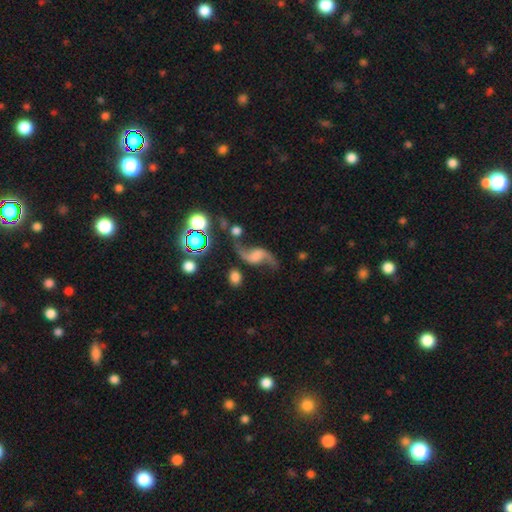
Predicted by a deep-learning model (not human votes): Overall: featured or disk (83%). Edge-on disk: no (97%). Bar: no (52%; weak 35%). Spiral arms: yes (96%). Spiral arm count: 2 (94%). Spiral winding: loose (92%). Bulge size: none (53%; small 15%). Merging: none (65%).